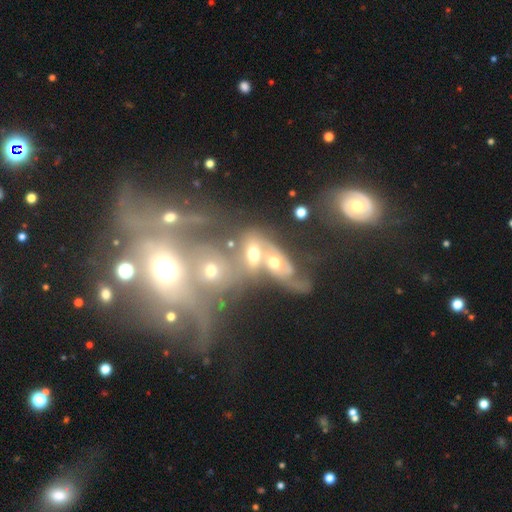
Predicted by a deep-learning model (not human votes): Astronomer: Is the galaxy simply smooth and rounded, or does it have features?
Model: featured or disk — 54%.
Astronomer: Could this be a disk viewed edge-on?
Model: no — 93%.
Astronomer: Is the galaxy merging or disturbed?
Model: merger — 62%.